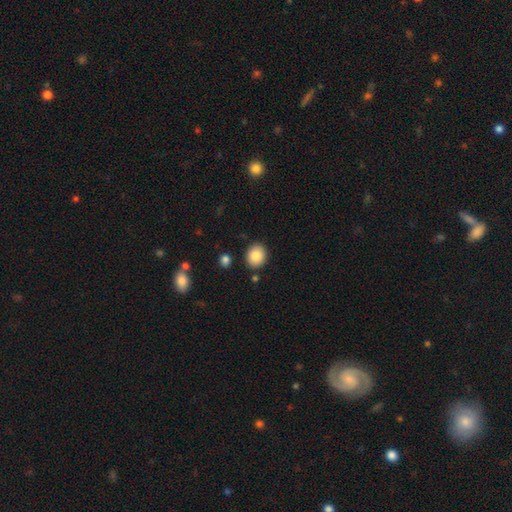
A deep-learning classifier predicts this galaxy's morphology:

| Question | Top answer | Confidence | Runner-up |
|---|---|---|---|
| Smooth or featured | smooth | 86% | star or artifact (8%) |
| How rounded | round | 60% | in between (39%) |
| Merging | none | 87% | minor disturbance (8%) |